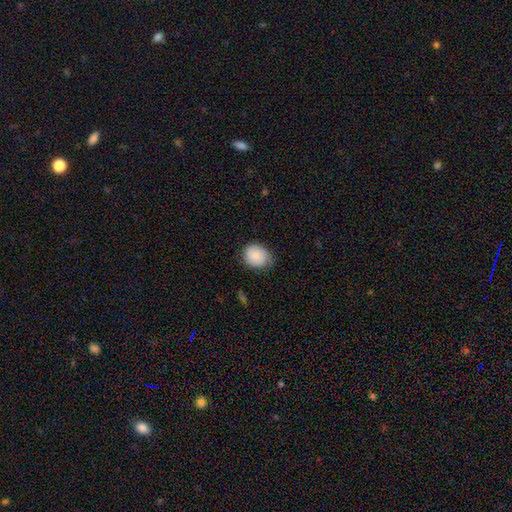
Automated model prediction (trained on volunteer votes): smooth_or_featured: smooth (p=0.86) [alt: star or artifact p=0.07]
how_rounded: round (p=0.67) [alt: in between p=0.32]
merging: none (p=0.65) [alt: minor disturbance p=0.29]